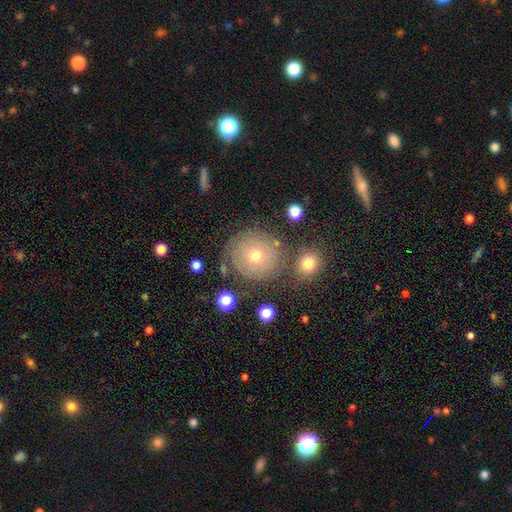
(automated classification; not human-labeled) Smooth or featured? smooth (45%)
Merging? none (78%)